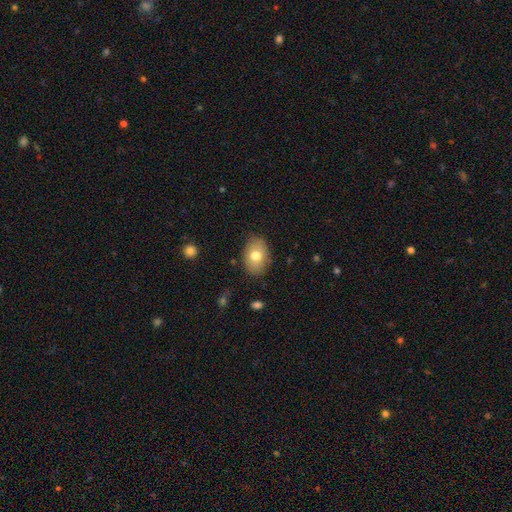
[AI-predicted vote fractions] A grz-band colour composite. It shows a smooth galaxy with no disk features (74%) that is in between round and cigar-shaped (83%). Merging: none (85%).